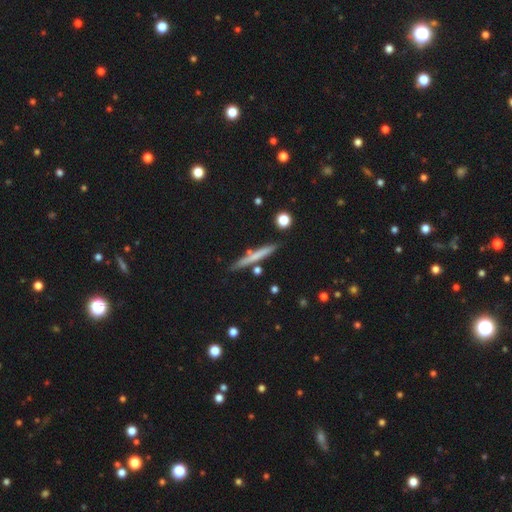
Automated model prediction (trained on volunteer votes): A smooth galaxy with no disk features (59%) that is cigar-shaped (96%).

Vote fractions:
- Smooth or featured? smooth: 59% / featured or disk: 34% / star or artifact: 6%
- How rounded? cigar-shaped: 96% / in between: 3% / round: 2%
- Merging? none: 84% / minor disturbance: 9% / merger: 5% / major disturbance: 2%